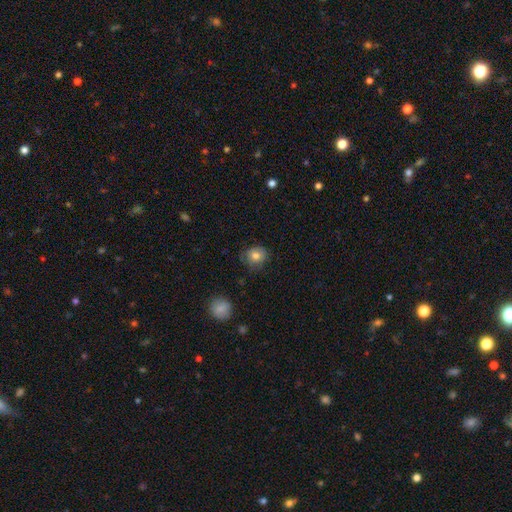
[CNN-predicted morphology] Smooth or featured?
  - smooth: 77% *
  - featured or disk: 13%
  - star or artifact: 10%
How rounded?
  - round: 75% *
  - in between: 24%
  - cigar-shaped: 1%
Merging?
  - none: 72% *
  - minor disturbance: 21%
  - major disturbance: 5%
  - merger: 1%